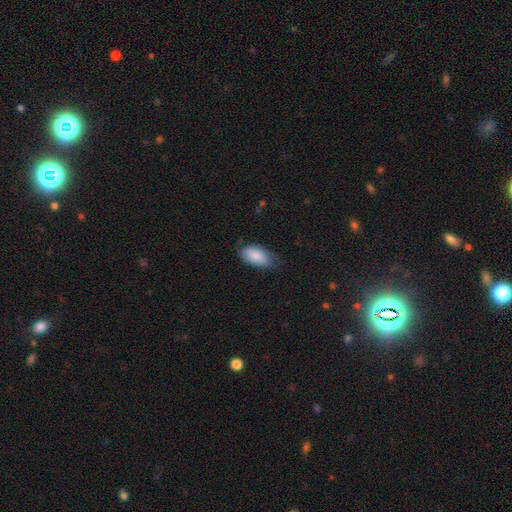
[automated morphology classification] smooth 84%, featured or disk 9%, star or artifact 6%. Down the decision tree: how rounded — in between (93%); merging — none (58%).